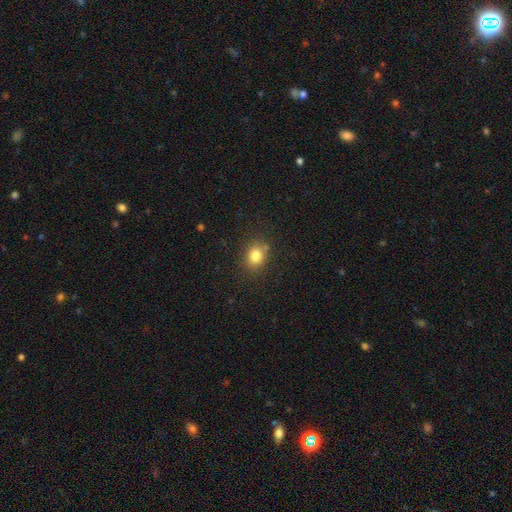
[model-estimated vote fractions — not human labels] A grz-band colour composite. It shows a smooth galaxy with no disk features (81%) that is round (60%). Merging: none (81%).